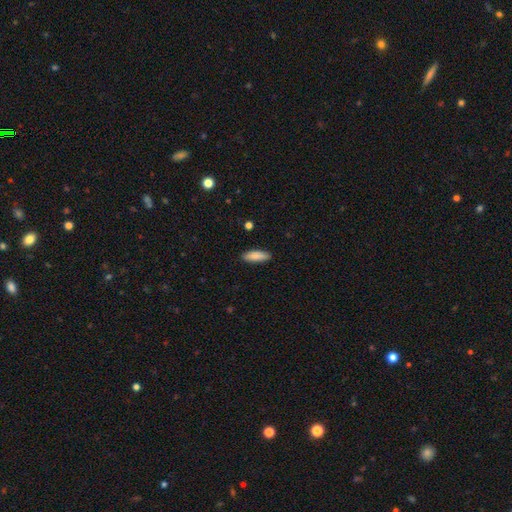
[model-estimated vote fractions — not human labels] Overall: smooth (85%). How rounded: in between (58%; cigar-shaped 40%). Merging: none (88%).